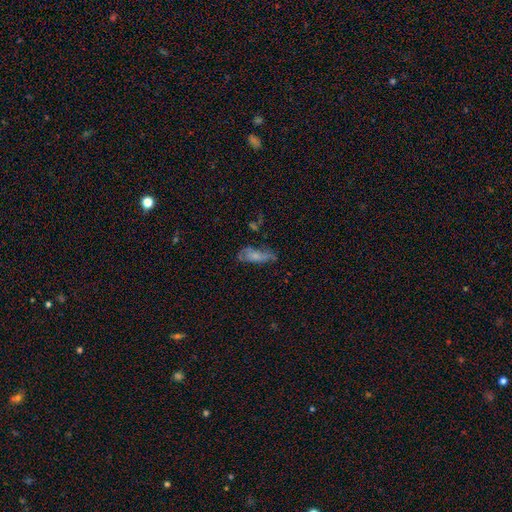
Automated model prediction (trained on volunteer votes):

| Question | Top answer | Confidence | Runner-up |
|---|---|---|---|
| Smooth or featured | smooth | 58% | featured or disk (31%) |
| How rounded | in between | 67% | cigar-shaped (29%) |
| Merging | none | 42% | minor disturbance (29%) |